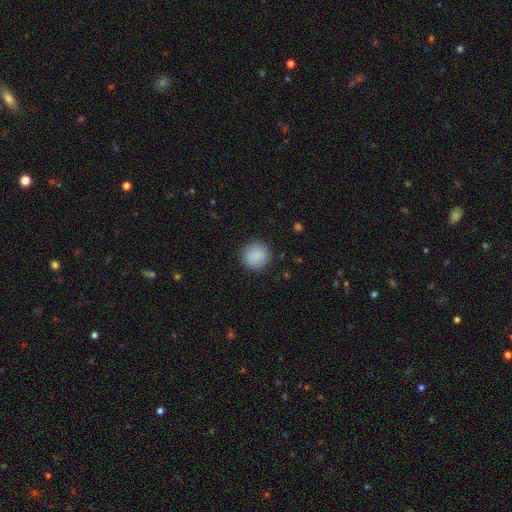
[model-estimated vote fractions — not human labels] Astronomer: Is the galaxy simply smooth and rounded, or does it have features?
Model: smooth — 89%.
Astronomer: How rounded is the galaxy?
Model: round — 93%.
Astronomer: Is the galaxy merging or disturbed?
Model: none — 90%.